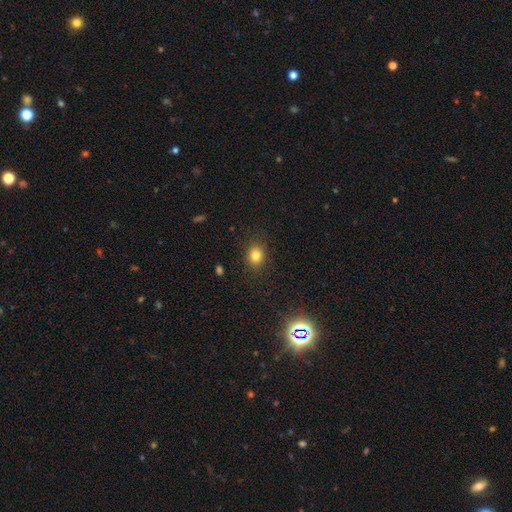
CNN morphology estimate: This is clearly a smooth galaxy (80%). How rounded: possibly round (59%). Merging: clearly none (86%).